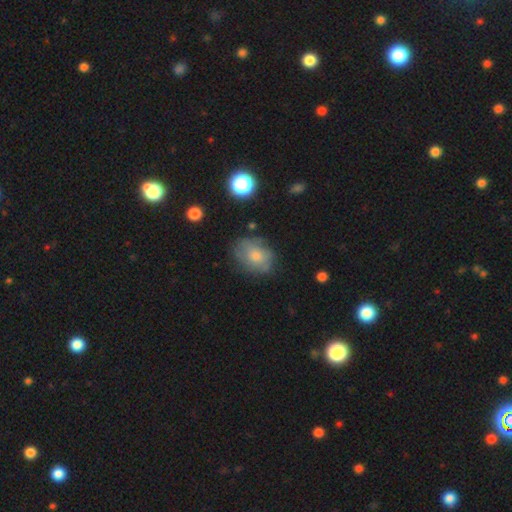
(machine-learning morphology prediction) The model was most divided on "how rounded": in between: 63%, round: 36%, cigar-shaped: 1%. More confident: merging — none (69%); smooth or featured — smooth (61%).